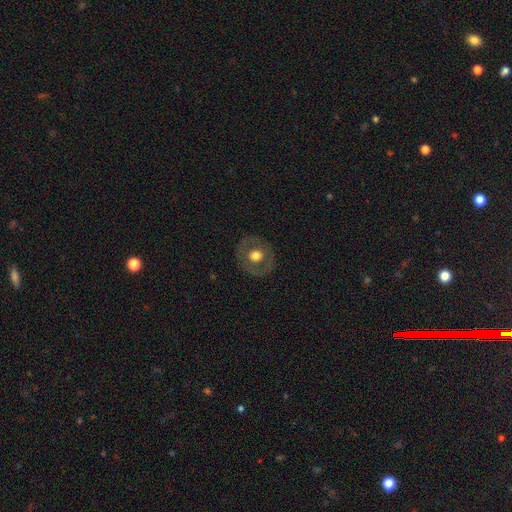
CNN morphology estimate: This appears to be a smooth galaxy with no disk features (51%) that is round (84%). Merging: none (85%).